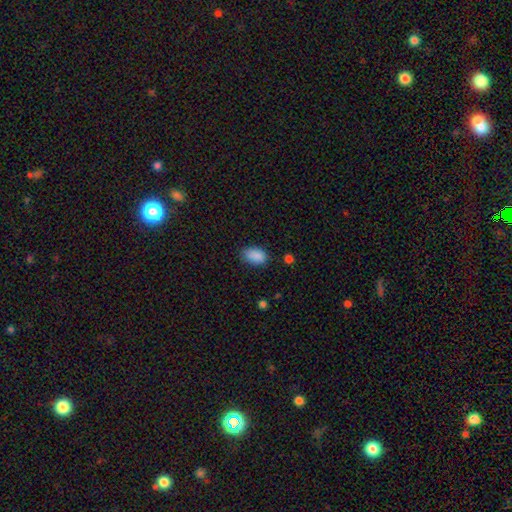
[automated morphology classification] This is clearly a smooth galaxy (88%). How rounded: clearly in between (89%). Merging: likely none (74%).